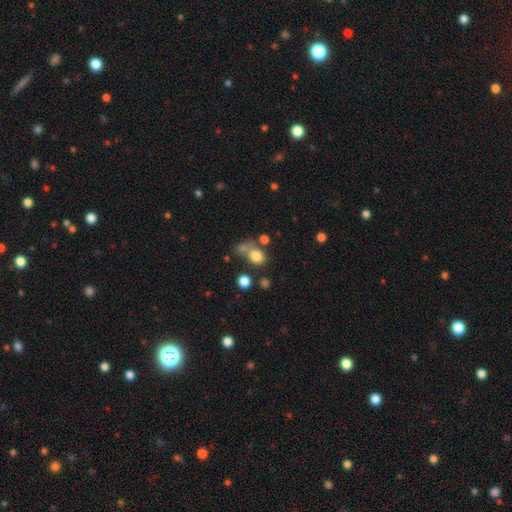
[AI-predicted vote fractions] smooth-or-featured: smooth: 77% | star or artifact: 13% | featured or disk: 10%
  how-rounded: round: 57% | in between: 41% | cigar-shaped: 1%
  merging: none: 50% | merger: 27% | minor disturbance: 14% | major disturbance: 9%